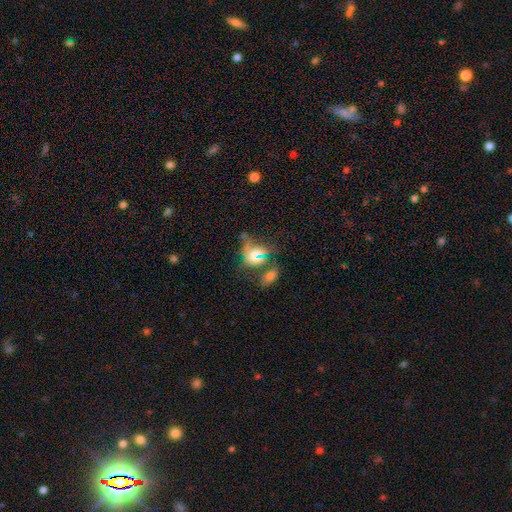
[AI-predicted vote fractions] This is possibly a smooth galaxy (56%). How rounded: likely in between (61%). Merging: marginally none (37%).